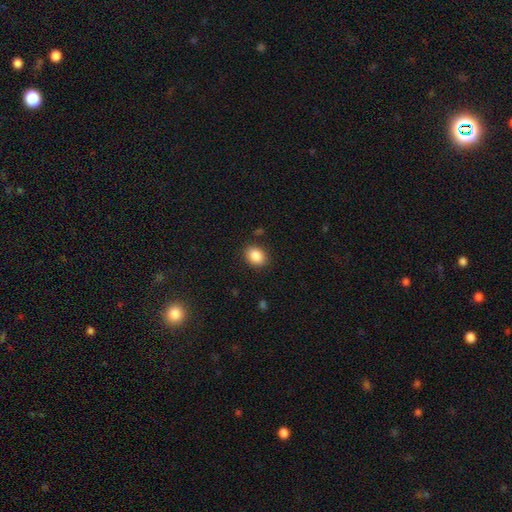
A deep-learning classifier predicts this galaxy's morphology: smooth_or_featured: smooth (p=0.87) [alt: star or artifact p=0.08]
how_rounded: in between (p=0.61) [alt: round p=0.38]
merging: none (p=0.87) [alt: minor disturbance p=0.09]